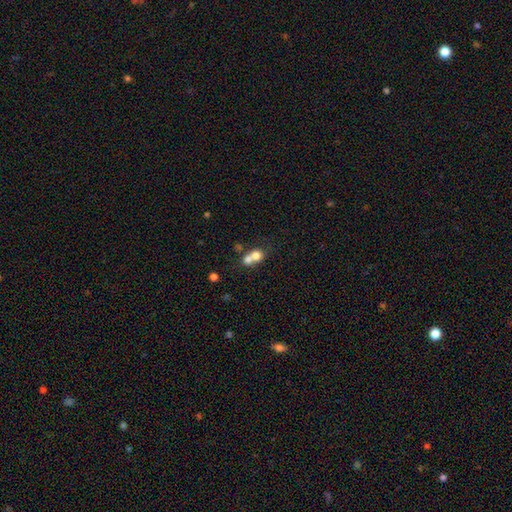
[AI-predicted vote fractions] This appears to be a smooth galaxy with no disk features (72%) that is round (75%). Merging: merger (64%).